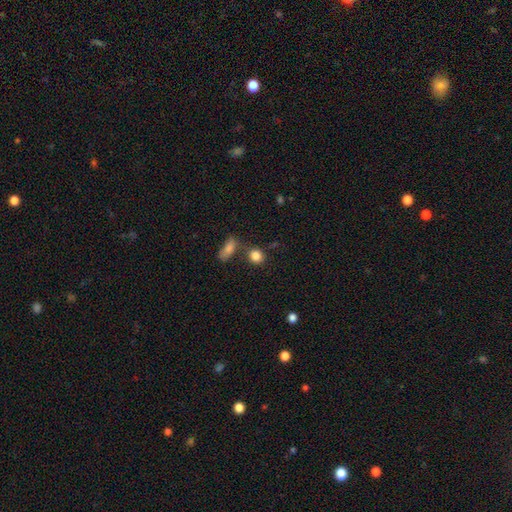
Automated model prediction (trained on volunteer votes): Smooth or featured?
  - smooth: 84% *
  - star or artifact: 10%
  - featured or disk: 6%
How rounded?
  - round: 72% *
  - in between: 26%
  - cigar-shaped: 2%
Merging?
  - none: 67% *
  - merger: 17%
  - minor disturbance: 12%
  - major disturbance: 4%